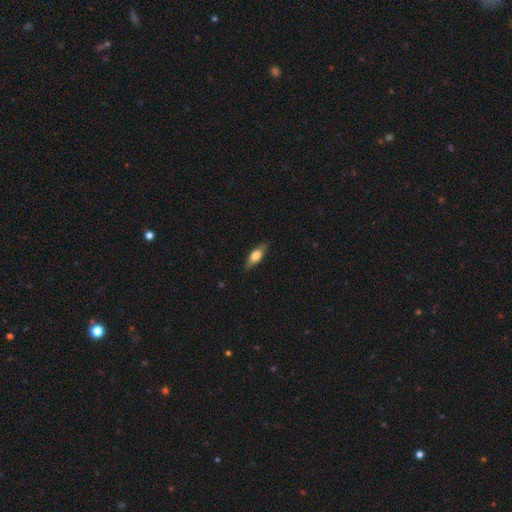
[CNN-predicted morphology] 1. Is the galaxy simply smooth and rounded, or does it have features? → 55% smooth, 38% featured or disk, 7% star or artifact.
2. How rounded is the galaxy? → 59% in between, 38% cigar-shaped, 4% round.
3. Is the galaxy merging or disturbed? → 83% none, 14% minor disturbance, 3% major disturbance, 1% merger.